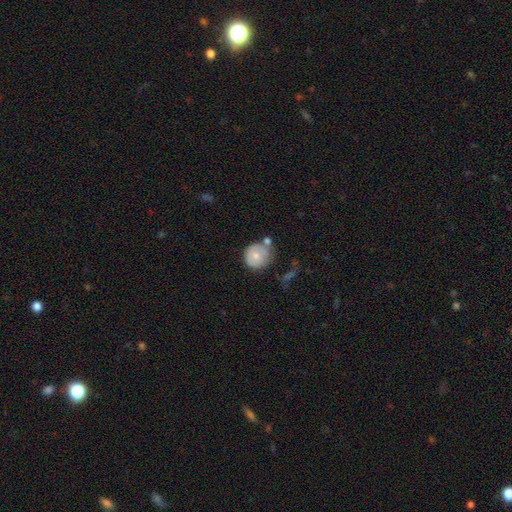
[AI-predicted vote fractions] A smooth galaxy with no disk features (69%) that is round (88%). Merging: none (57%).